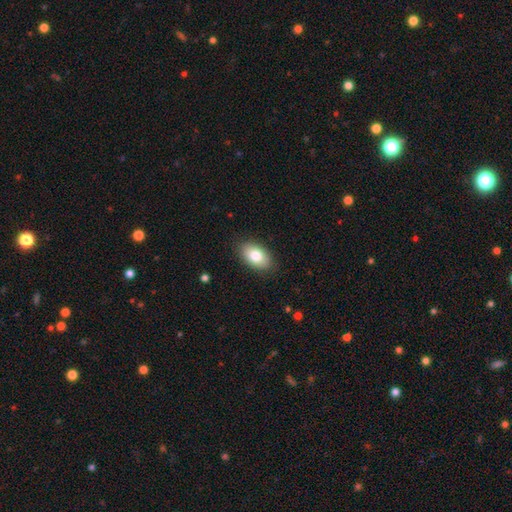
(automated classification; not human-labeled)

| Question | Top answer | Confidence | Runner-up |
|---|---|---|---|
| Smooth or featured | smooth | 81% | featured or disk (12%) |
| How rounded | in between | 93% | round (6%) |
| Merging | none | 87% | minor disturbance (10%) |